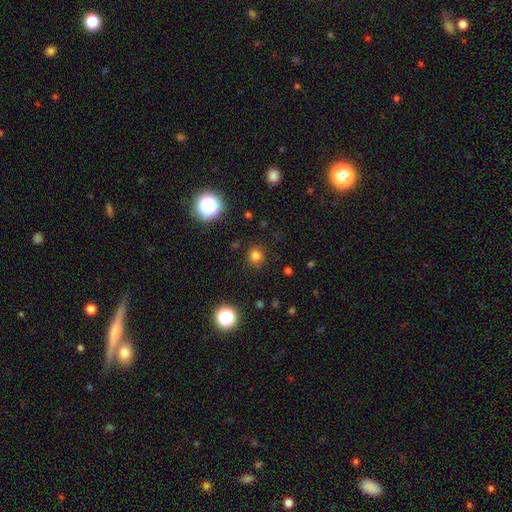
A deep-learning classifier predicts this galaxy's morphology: type=smooth (78%); roundness=round (92%); merging=none (89%).